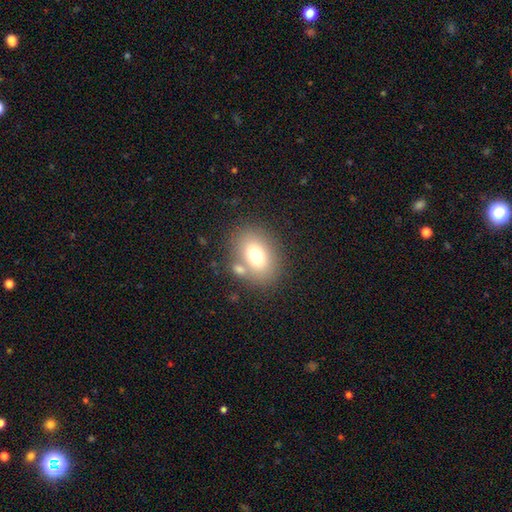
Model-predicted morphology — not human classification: Overall: smooth (73%). How rounded: in between (73%). Merging: none (70%).